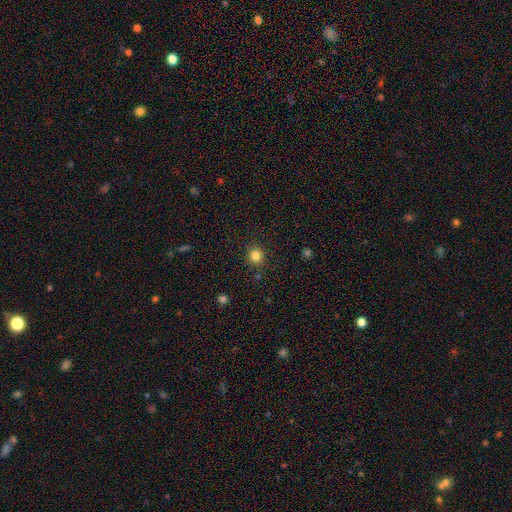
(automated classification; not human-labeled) smooth_or_featured: smooth (p=0.82) [alt: star or artifact p=0.12]
how_rounded: round (p=0.89) [alt: in between p=0.10]
merging: none (p=0.90) [alt: minor disturbance p=0.07]